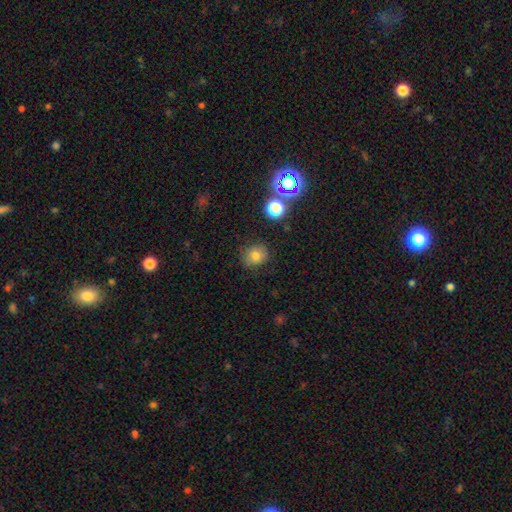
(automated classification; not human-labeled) Smooth or featured? Predicted: smooth (p=0.76). How rounded? Predicted: round (p=0.80). Merging? Predicted: none (p=0.83).